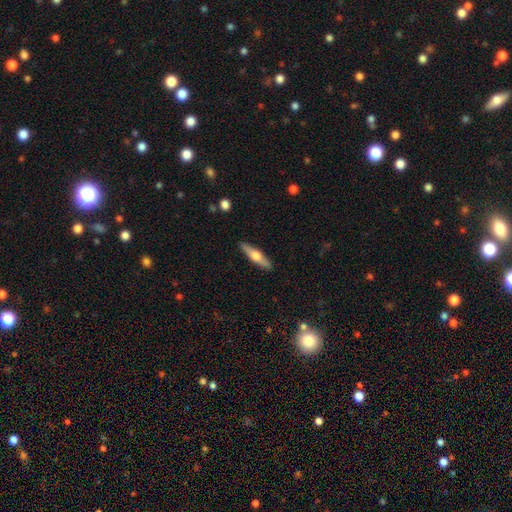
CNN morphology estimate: This is possibly a featured or disk galaxy (50%). Merging: clearly none (90%).